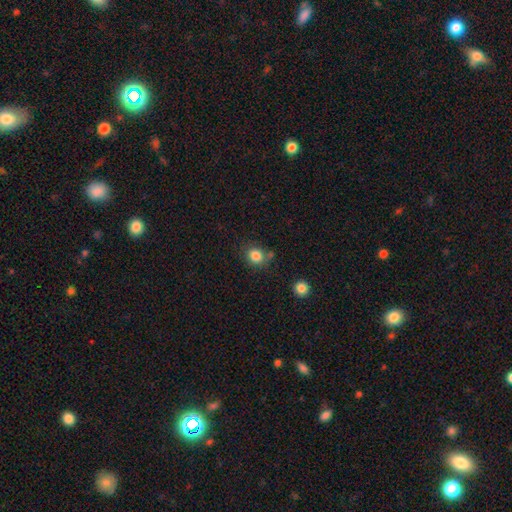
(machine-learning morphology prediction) smooth 84%, star or artifact 11%, featured or disk 5%. Down the decision tree: how rounded — round (77%); merging — none (70%).